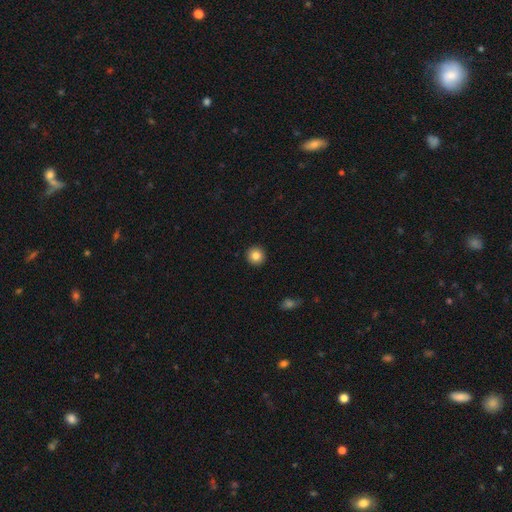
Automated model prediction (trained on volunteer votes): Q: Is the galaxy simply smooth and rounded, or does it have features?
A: smooth — 84%.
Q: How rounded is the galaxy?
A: round — 95%.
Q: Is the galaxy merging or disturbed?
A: none — 93%.